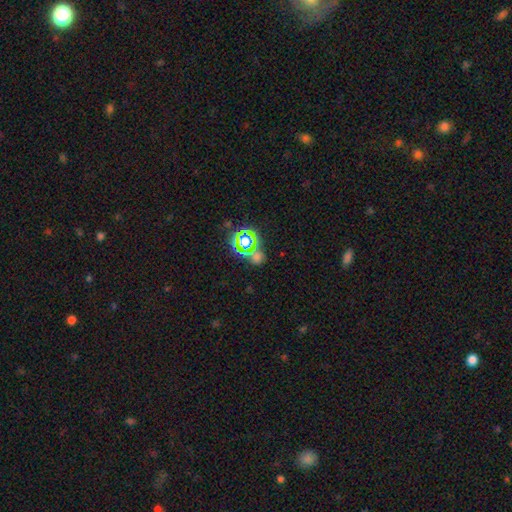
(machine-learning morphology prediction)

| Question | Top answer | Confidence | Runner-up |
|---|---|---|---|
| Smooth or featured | star or artifact | 64% | smooth (27%) |